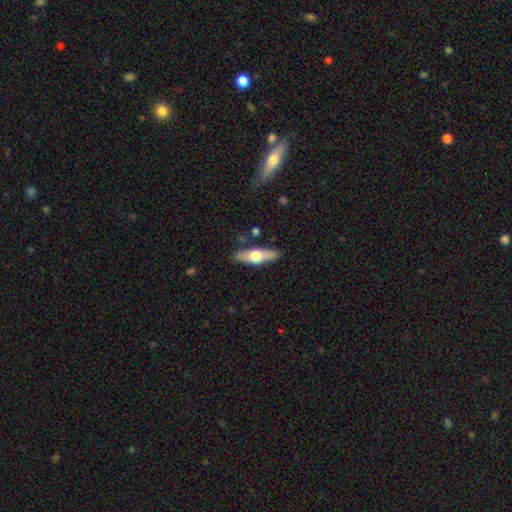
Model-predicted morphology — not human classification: type=smooth (48%); merging=none (85%).